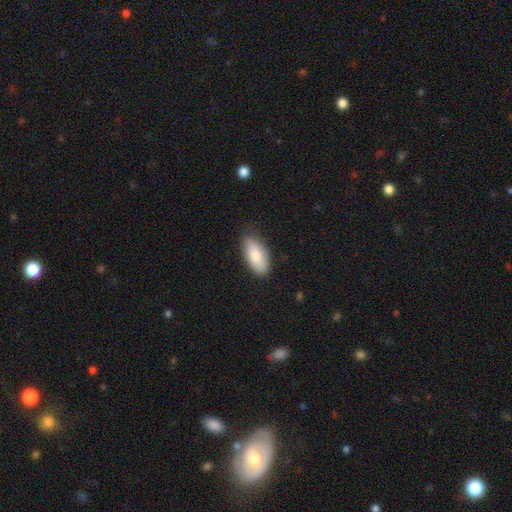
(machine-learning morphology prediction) The model was most divided on "smooth or featured": smooth: 79%, featured or disk: 15%, star or artifact: 6%. More confident: how rounded — in between (89%); merging — none (81%).